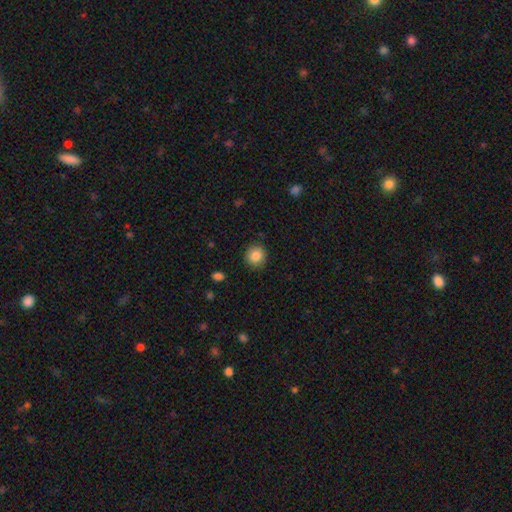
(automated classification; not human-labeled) Overall: smooth (86%). How rounded: round (89%). Merging: none (89%).